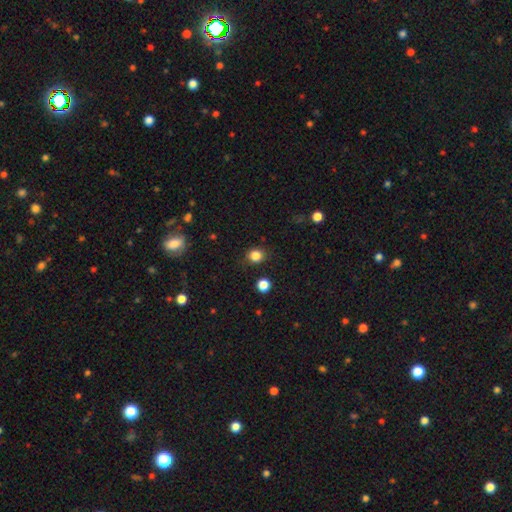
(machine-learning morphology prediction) Q: Smooth or featured?
A: smooth (84%); runner-up: star or artifact (12%)
Q: How rounded?
A: round (78%); runner-up: in between (21%)
Q: Merging?
A: none (84%); runner-up: minor disturbance (11%)